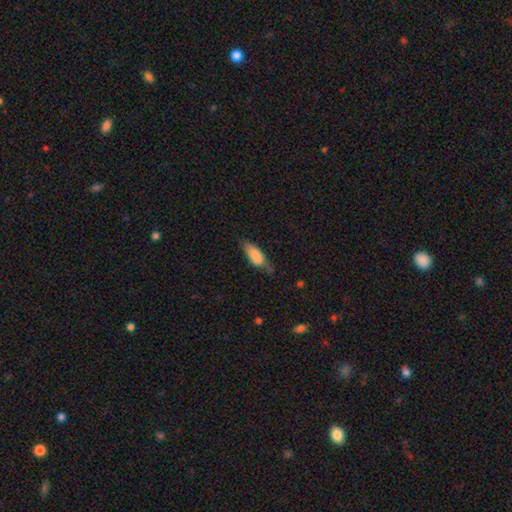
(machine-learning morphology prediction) This appears to be a smooth galaxy with no disk features (79%) that is in between round and cigar-shaped (82%). Merging: none (49%).